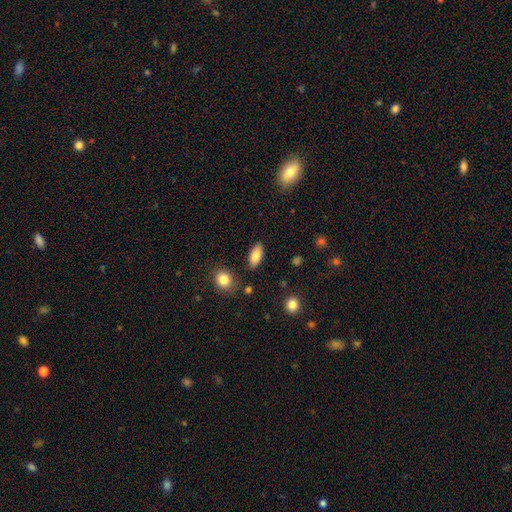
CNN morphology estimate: A smooth galaxy with no disk features (83%) that is in between round and cigar-shaped (89%). Merging: none (85%).